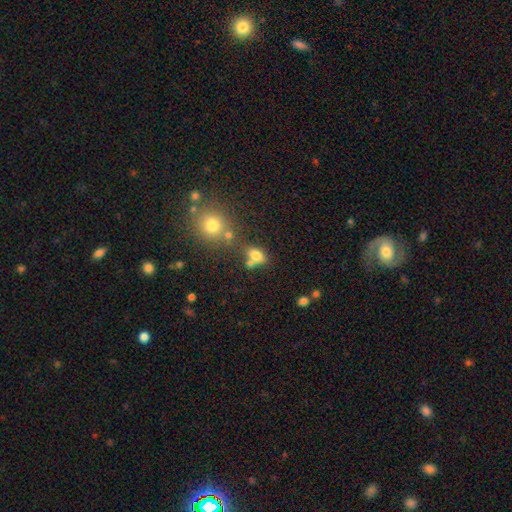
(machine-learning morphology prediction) Q: Smooth or featured?
A: smooth (78%); runner-up: star or artifact (13%)
Q: How rounded?
A: in between (80%); runner-up: round (17%)
Q: Merging?
A: none (54%); runner-up: merger (26%)